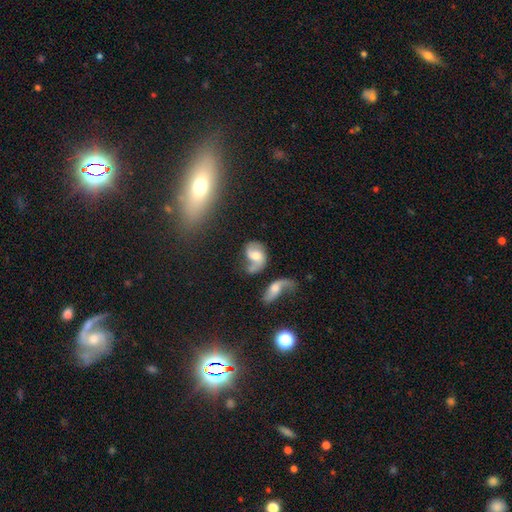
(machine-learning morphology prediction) A featured or disk galaxy (66%) with no bar (58%), 2 (75%) loose (47%) spiral arms (86%) and a moderate central bulge (62%). Merging: none (34%).